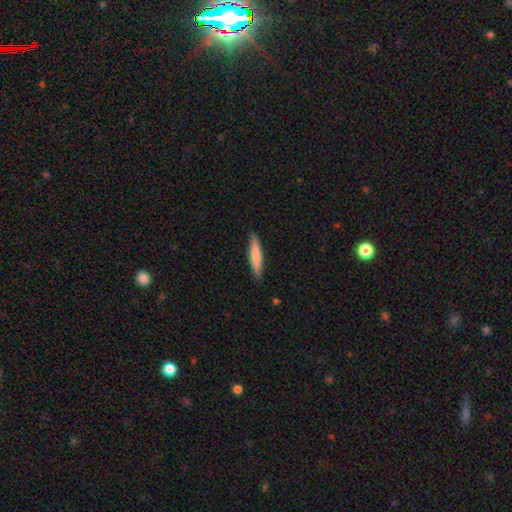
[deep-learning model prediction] This is likely a smooth galaxy (70%). How rounded: clearly cigar-shaped (88%). Merging: clearly none (87%).